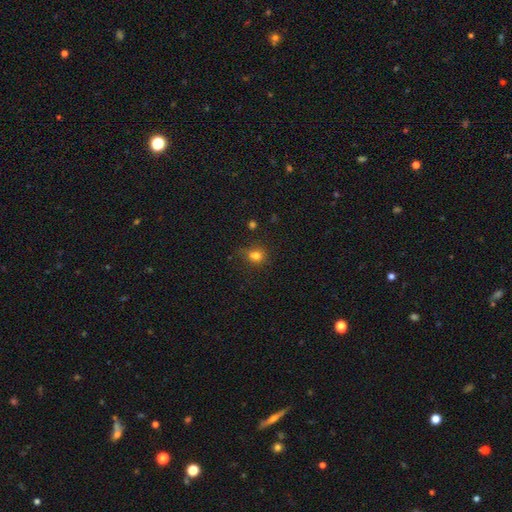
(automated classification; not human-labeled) smooth 77%, star or artifact 15%, featured or disk 8%. Down the decision tree: how rounded — round (71%); merging — none (60%).